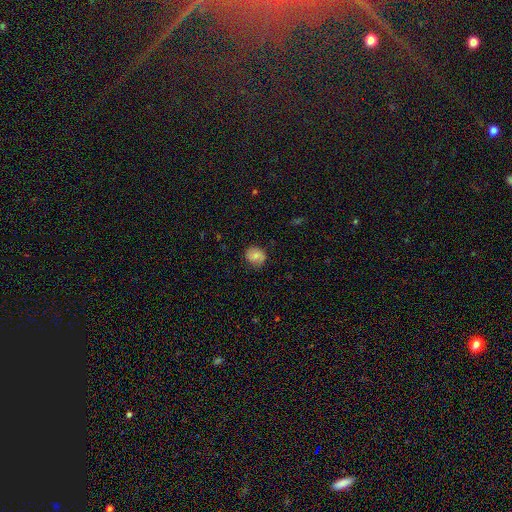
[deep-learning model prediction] Smooth or featured? smooth (71%)
How rounded? round (72%)
Merging? none (72%)